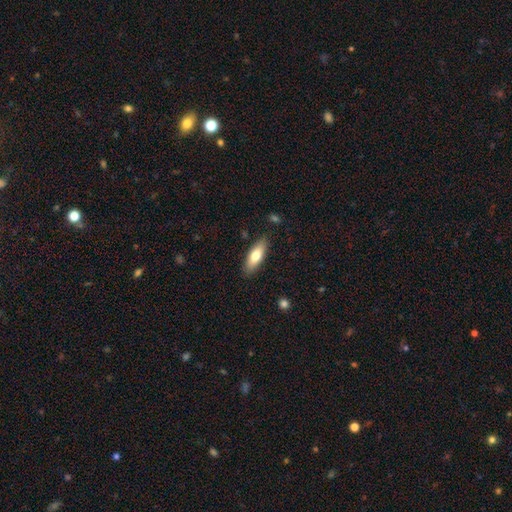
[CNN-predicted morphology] This appears to be a smooth galaxy with no disk features (72%) that is in between round and cigar-shaped (64%). Merging: none (87%).